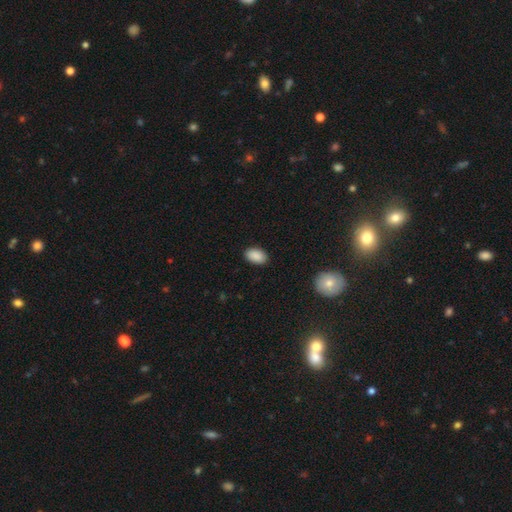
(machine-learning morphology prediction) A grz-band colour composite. It shows a smooth galaxy with no disk features (90%) that is in between round and cigar-shaped (91%). Merging: none (88%).